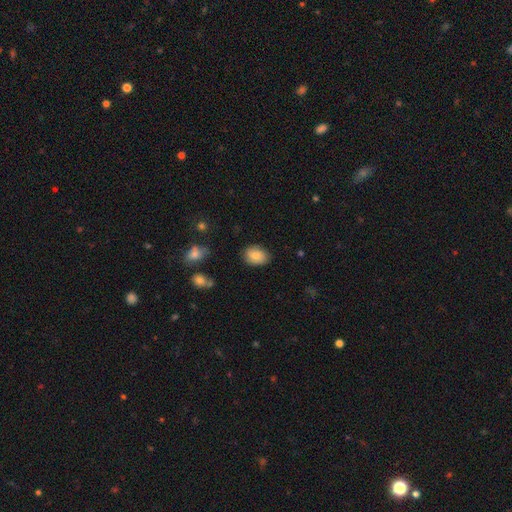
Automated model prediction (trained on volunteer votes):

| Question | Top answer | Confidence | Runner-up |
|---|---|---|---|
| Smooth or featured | smooth | 80% | featured or disk (12%) |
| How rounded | in between | 74% | round (25%) |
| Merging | none | 81% | minor disturbance (14%) |